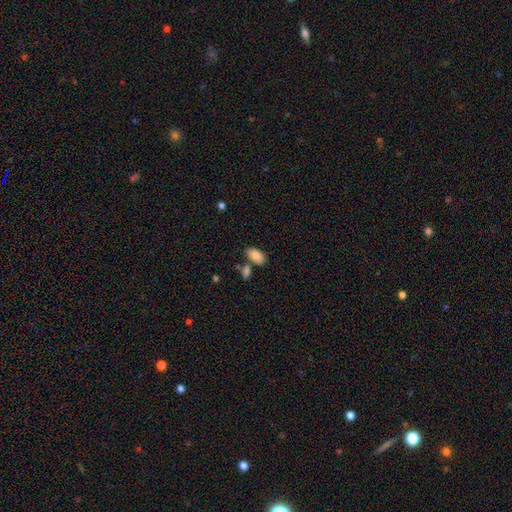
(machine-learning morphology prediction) Q: Smooth or featured?
A: smooth (87%); runner-up: star or artifact (7%)
Q: How rounded?
A: in between (94%); runner-up: round (3%)
Q: Merging?
A: none (64%); runner-up: merger (18%)